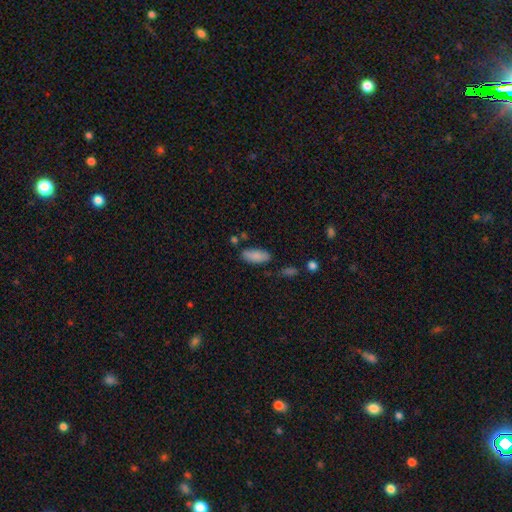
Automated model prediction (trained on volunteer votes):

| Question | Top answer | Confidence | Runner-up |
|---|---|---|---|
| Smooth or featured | smooth | 87% | star or artifact (7%) |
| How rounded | in between | 84% | cigar-shaped (14%) |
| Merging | none | 75% | minor disturbance (16%) |